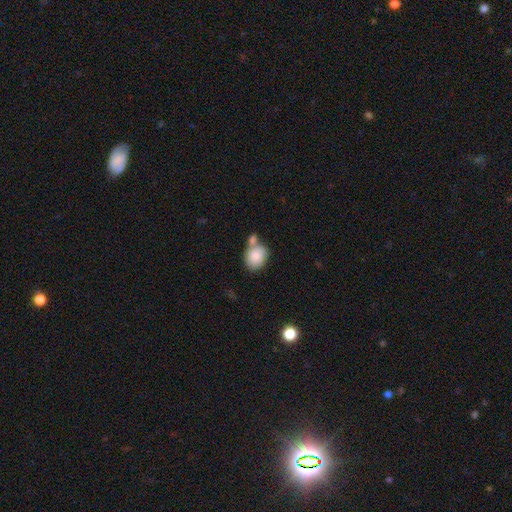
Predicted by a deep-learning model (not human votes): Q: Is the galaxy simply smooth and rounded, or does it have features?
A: smooth — 85%.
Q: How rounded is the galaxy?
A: in between — 52%.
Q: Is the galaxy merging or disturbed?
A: none — 46%.